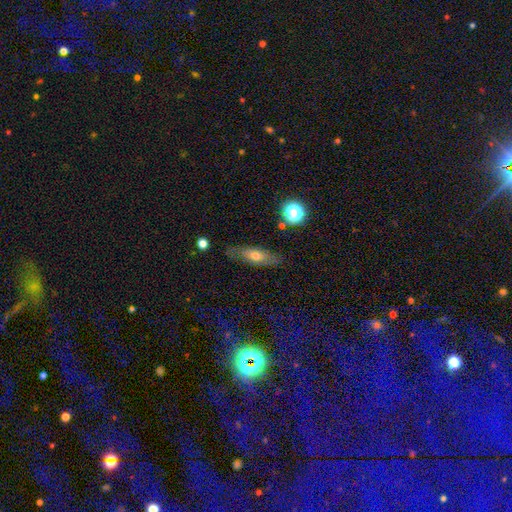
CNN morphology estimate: Overall: smooth (55%; featured or disk 36%). How rounded: in between (58%; cigar-shaped 37%). Merging: none (77%).